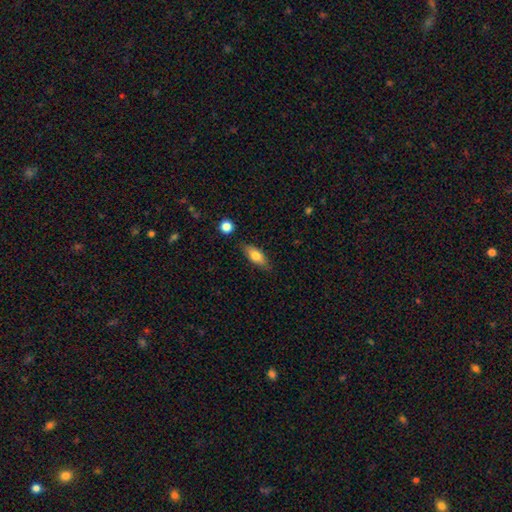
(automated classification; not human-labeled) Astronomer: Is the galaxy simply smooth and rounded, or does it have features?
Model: smooth — 74%.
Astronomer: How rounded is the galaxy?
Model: in between — 74%.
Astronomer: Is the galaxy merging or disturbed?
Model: none — 81%.